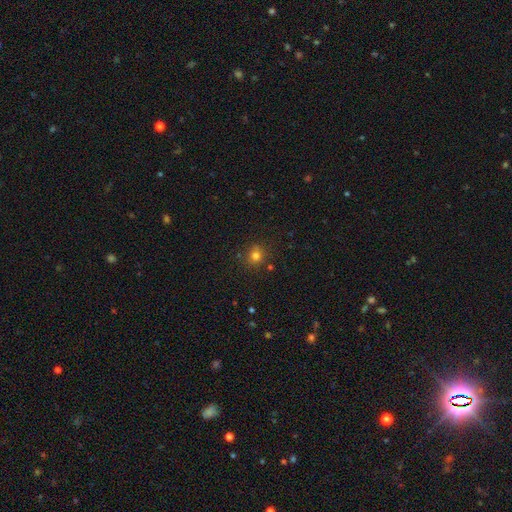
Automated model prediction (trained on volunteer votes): Q: Smooth or featured?
A: smooth (76%); runner-up: star or artifact (17%)
Q: How rounded?
A: round (86%); runner-up: in between (13%)
Q: Merging?
A: none (81%); runner-up: minor disturbance (12%)